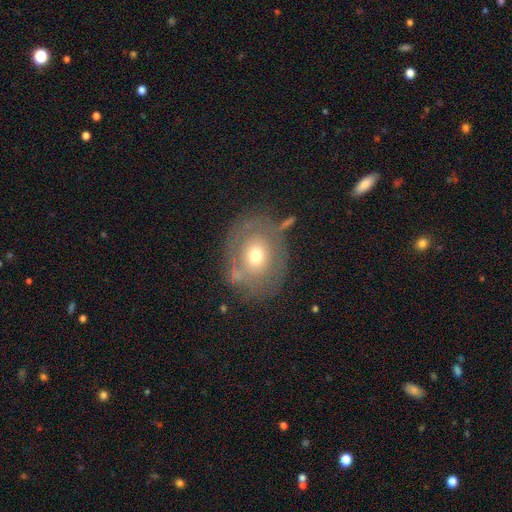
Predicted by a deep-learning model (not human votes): Smooth or featured: smooth — 47% (featured or disk — 43%)
Merging: none — 66% (minor disturbance — 19%)